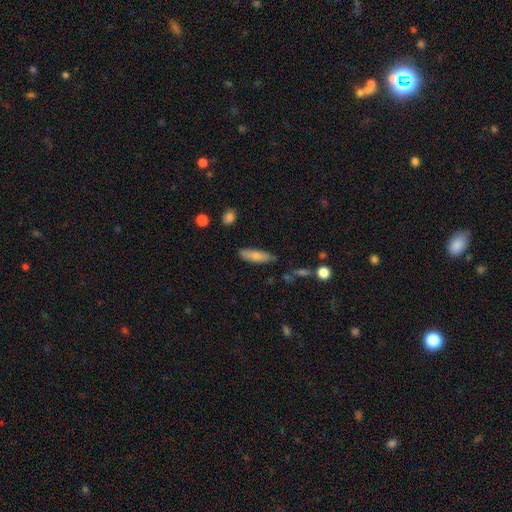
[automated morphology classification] This appears to be a smooth galaxy with no disk features (77%) that is cigar-shaped (58%). Merging: none (78%).